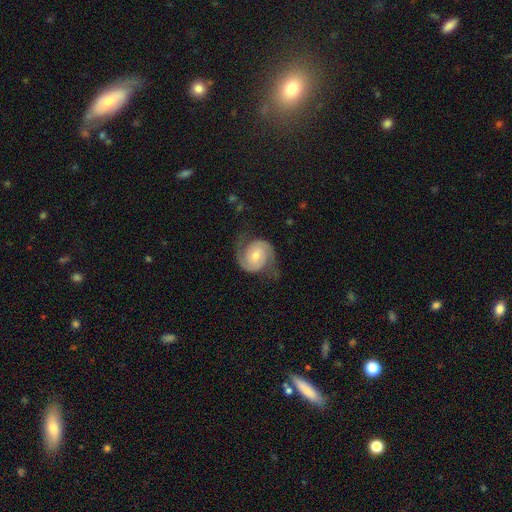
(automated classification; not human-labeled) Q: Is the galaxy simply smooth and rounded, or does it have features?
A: featured or disk — 86%.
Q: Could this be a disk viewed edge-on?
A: no — 98%.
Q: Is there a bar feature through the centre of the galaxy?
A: no — 66%.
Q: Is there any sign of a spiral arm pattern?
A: yes — 98%.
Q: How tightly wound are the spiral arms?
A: medium — 44%.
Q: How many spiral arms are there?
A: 2 — 93%.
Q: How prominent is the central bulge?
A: moderate — 50%.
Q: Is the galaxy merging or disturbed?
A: none — 74%.